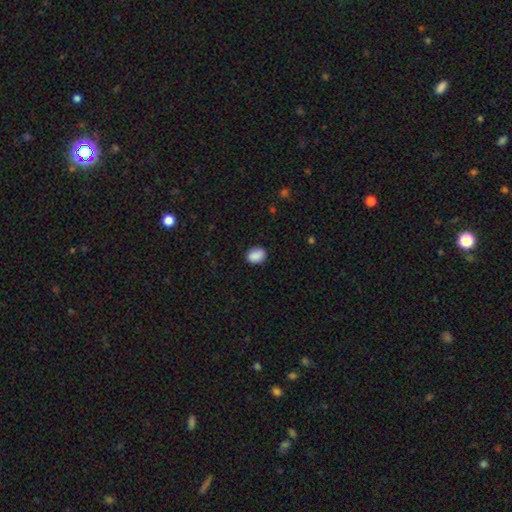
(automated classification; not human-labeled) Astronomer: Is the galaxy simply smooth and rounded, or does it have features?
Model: smooth — 89%.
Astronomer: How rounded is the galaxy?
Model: in between — 65%.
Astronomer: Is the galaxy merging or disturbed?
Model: none — 86%.